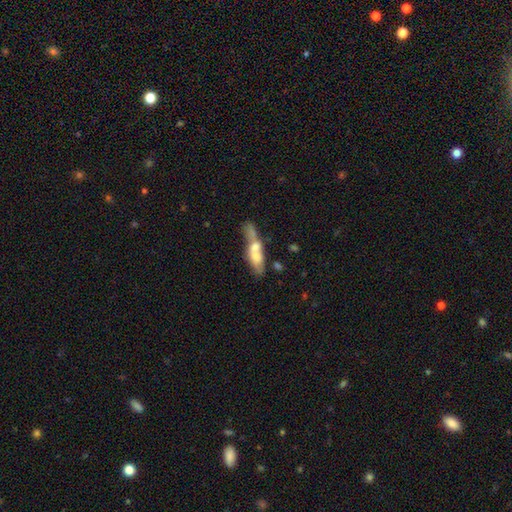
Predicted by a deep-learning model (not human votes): Smooth or featured: smooth — 53% (featured or disk — 39%)
How rounded: in between — 51% (cigar-shaped — 42%)
Merging: merger — 54% (none — 23%)